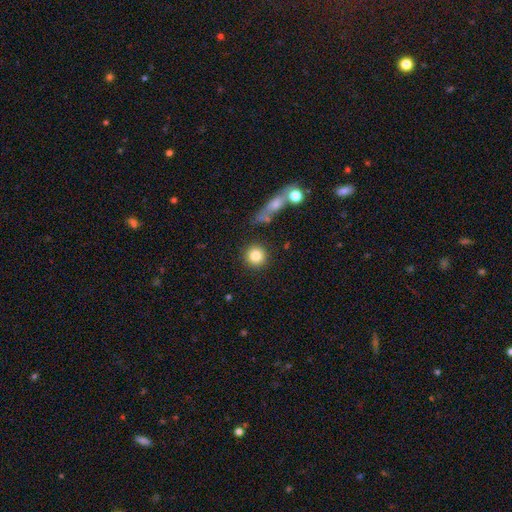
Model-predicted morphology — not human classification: This is clearly a smooth galaxy (83%). How rounded: clearly round (94%). Merging: clearly none (85%).